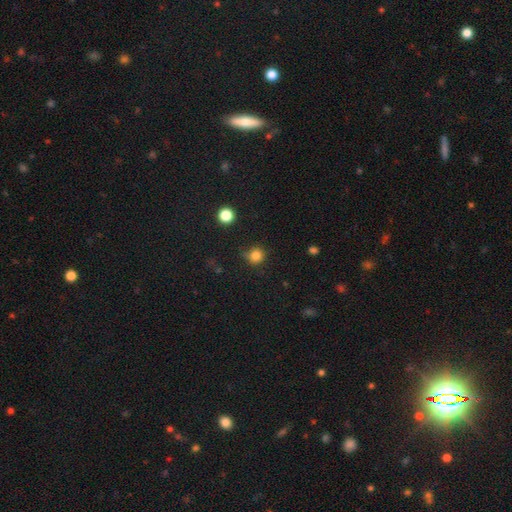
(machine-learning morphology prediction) smooth_or_featured: smooth (p=0.82) [alt: star or artifact p=0.13]
how_rounded: round (p=0.92) [alt: in between p=0.07]
merging: none (p=0.78) [alt: minor disturbance p=0.16]